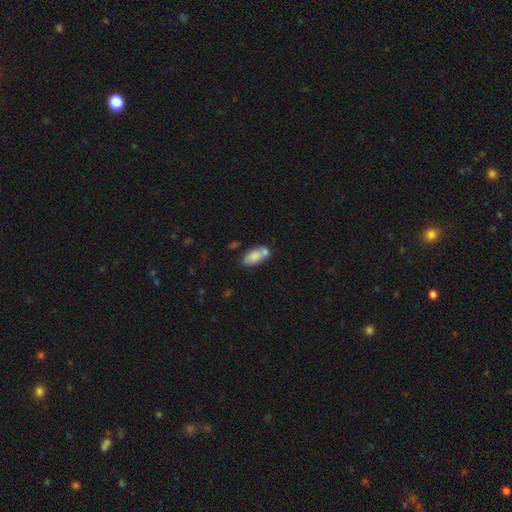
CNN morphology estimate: type=smooth (77%); roundness=in between (90%); merging=merger (40%).